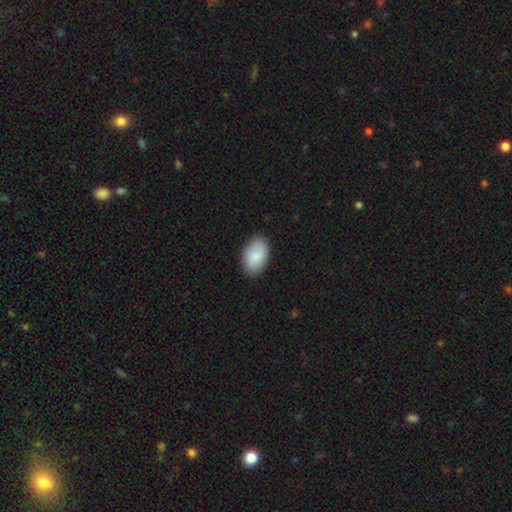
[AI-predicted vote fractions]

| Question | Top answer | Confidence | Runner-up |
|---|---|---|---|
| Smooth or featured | smooth | 84% | featured or disk (11%) |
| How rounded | in between | 92% | round (7%) |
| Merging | none | 86% | minor disturbance (10%) |